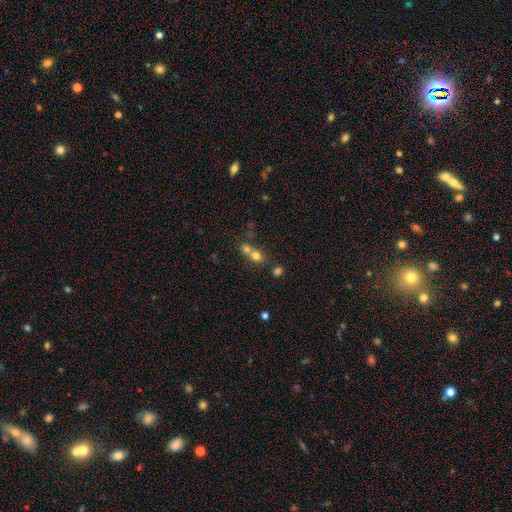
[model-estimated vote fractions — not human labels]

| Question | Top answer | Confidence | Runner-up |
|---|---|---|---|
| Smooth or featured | smooth | 71% | star or artifact (14%) |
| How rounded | round | 69% | in between (30%) |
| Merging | merger | 60% | none (30%) |